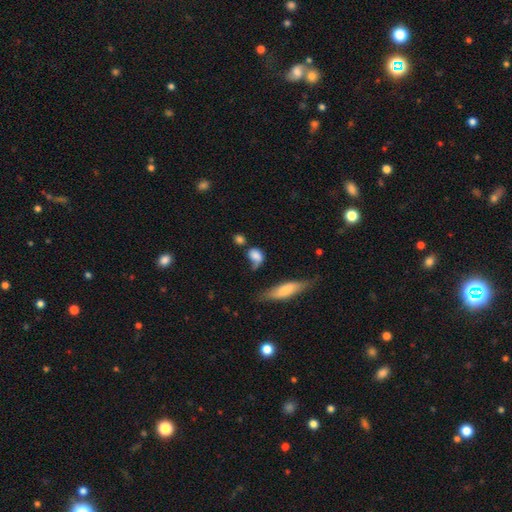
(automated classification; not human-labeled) This appears to be a smooth galaxy with no disk features (76%) that is in between round and cigar-shaped (60%). Merging: none (32%).